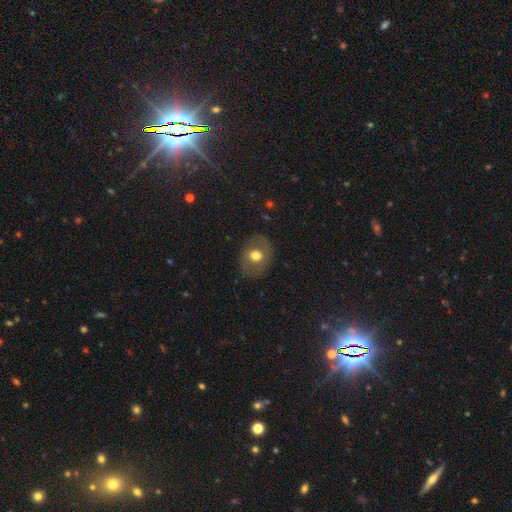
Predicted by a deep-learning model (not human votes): This appears to be a smooth galaxy with no disk features (61%) that is round (55%). Merging: none (80%).